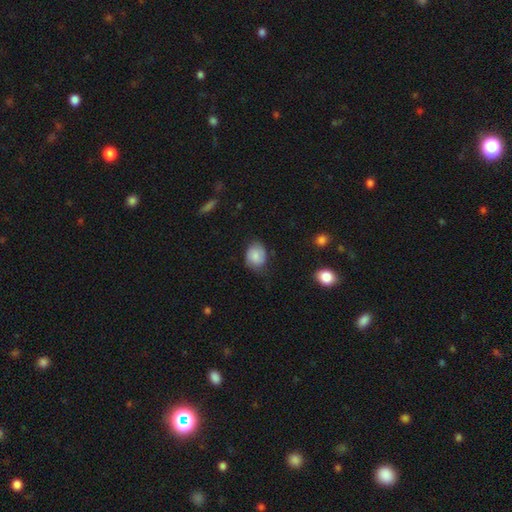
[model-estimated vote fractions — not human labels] This appears to be a smooth galaxy with no disk features (76%) that is round (52%). Merging: none (65%).